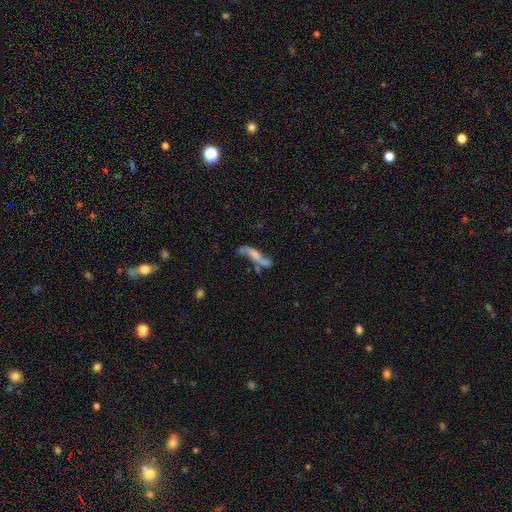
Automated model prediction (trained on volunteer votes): This is possibly a featured or disk galaxy (59%). It is likely not viewed edge-on (66%). Merging: marginally none (44%).